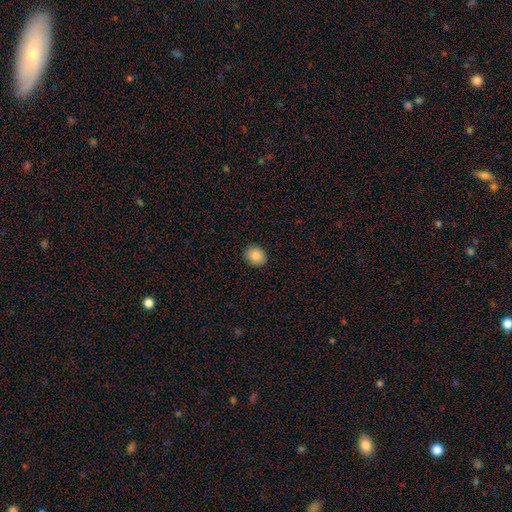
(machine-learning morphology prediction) This appears to be a smooth galaxy with no disk features (87%) that is round (61%). Merging: none (90%).